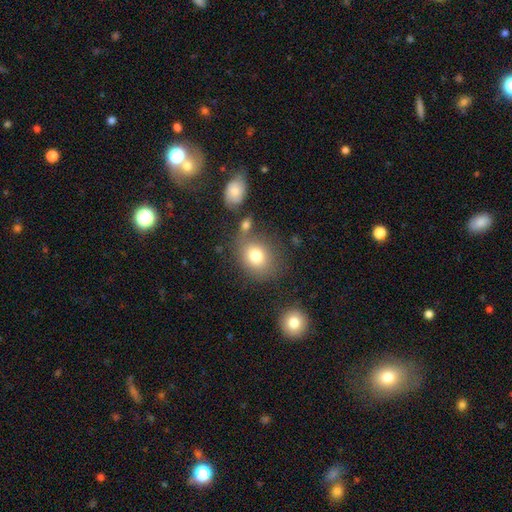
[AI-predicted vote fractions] Q: Smooth or featured?
A: smooth (78%); runner-up: featured or disk (12%)
Q: How rounded?
A: round (58%); runner-up: in between (41%)
Q: Merging?
A: none (66%); runner-up: minor disturbance (15%)